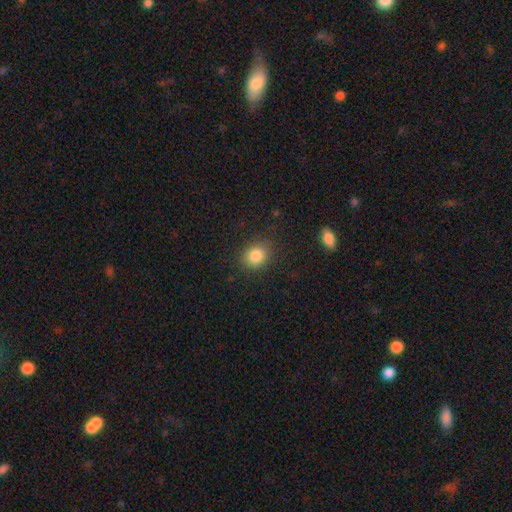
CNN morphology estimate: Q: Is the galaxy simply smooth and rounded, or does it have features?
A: smooth — 84%.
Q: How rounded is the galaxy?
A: round — 63%.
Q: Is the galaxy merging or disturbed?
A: none — 86%.